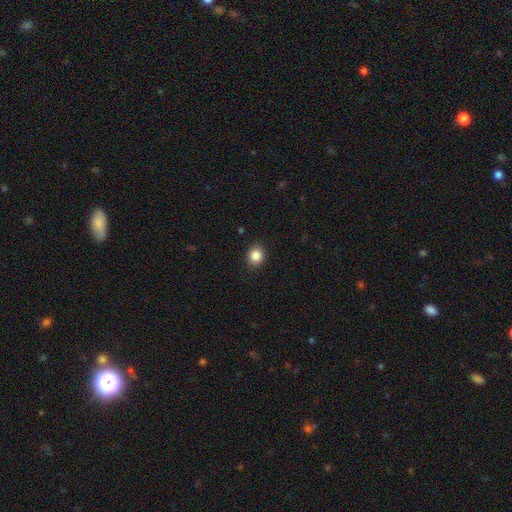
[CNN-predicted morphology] type=smooth (86%); roundness=round (75%); merging=none (89%).